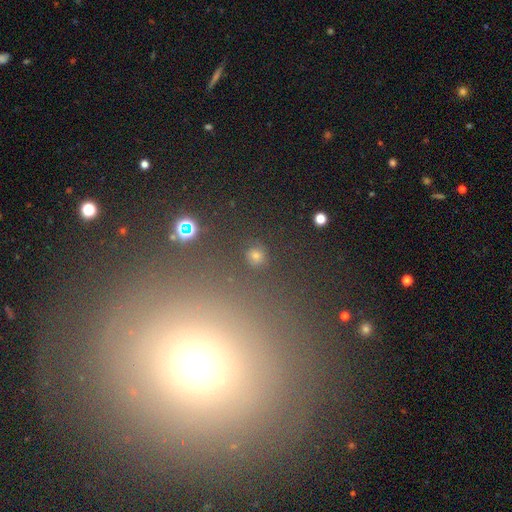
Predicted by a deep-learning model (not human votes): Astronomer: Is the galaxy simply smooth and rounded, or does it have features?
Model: smooth — 59%.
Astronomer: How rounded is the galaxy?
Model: round — 82%.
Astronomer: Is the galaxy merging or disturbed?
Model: none — 89%.